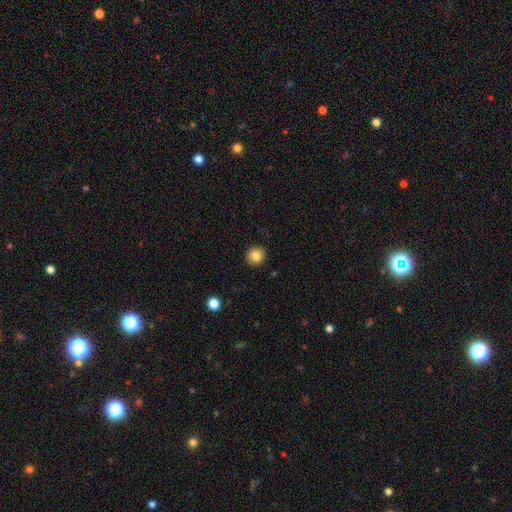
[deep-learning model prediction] Smooth or featured? Predicted: smooth (p=0.84). How rounded? Predicted: round (p=0.93). Merging? Predicted: none (p=0.92).